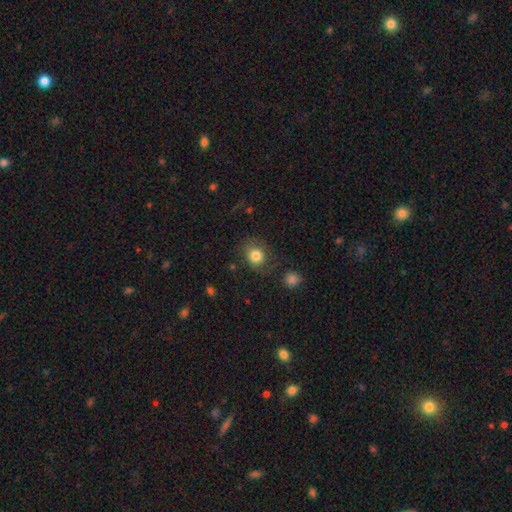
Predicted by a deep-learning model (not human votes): smooth_or_featured: smooth (p=0.81) [alt: star or artifact p=0.10]
how_rounded: round (p=0.72) [alt: in between p=0.27]
merging: none (p=0.72) [alt: minor disturbance p=0.17]